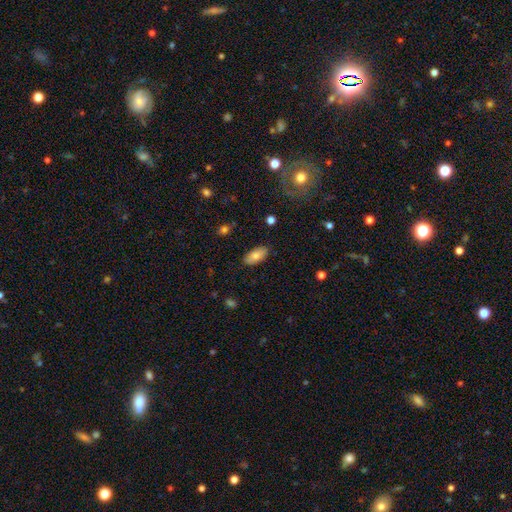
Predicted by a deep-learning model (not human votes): Smooth or featured?
  - smooth: 81% *
  - featured or disk: 12%
  - star or artifact: 7%
How rounded?
  - in between: 92% *
  - cigar-shaped: 6%
  - round: 2%
Merging?
  - none: 87% *
  - minor disturbance: 10%
  - major disturbance: 2%
  - merger: 1%